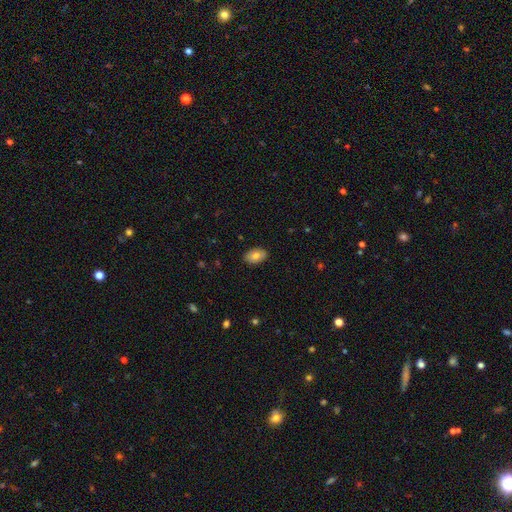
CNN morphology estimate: This is likely a smooth galaxy (79%). How rounded: clearly in between (90%). Merging: clearly none (88%).